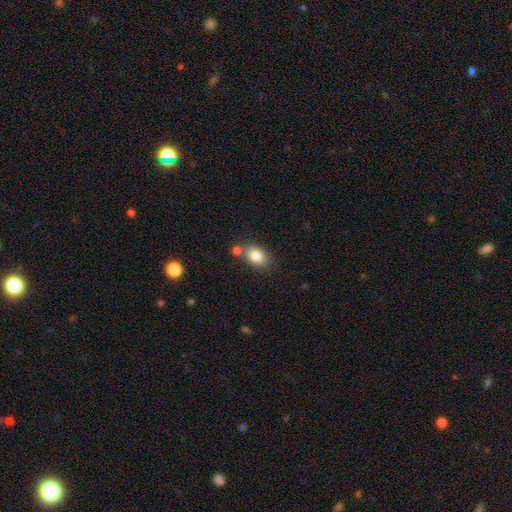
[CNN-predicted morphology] A smooth galaxy with no disk features (82%) that is in between round and cigar-shaped (80%).

Vote fractions:
- Smooth or featured? smooth: 82% / featured or disk: 9% / star or artifact: 9%
- How rounded? in between: 80% / round: 19% / cigar-shaped: 1%
- Merging? none: 68% / merger: 16% / minor disturbance: 13% / major disturbance: 3%